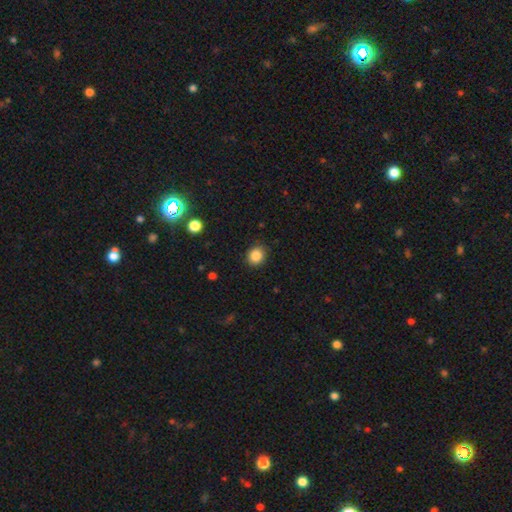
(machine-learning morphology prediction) Smooth or featured?
  - smooth: 86% *
  - star or artifact: 10%
  - featured or disk: 4%
How rounded?
  - round: 74% *
  - in between: 25%
  - cigar-shaped: 1%
Merging?
  - none: 88% *
  - minor disturbance: 9%
  - major disturbance: 2%
  - merger: 1%